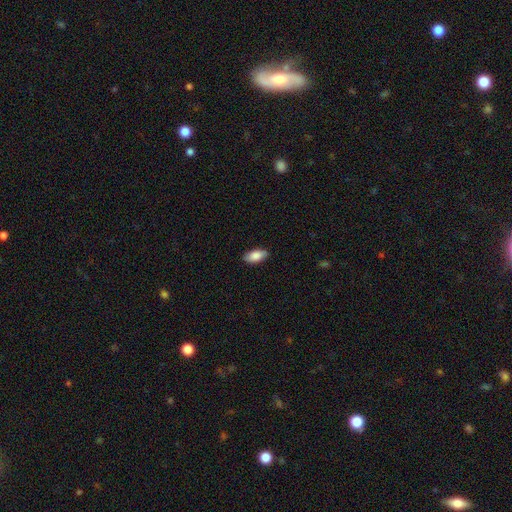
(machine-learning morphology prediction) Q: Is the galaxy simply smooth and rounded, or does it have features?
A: smooth — 85%.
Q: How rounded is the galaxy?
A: in between — 90%.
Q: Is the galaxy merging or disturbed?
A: none — 87%.